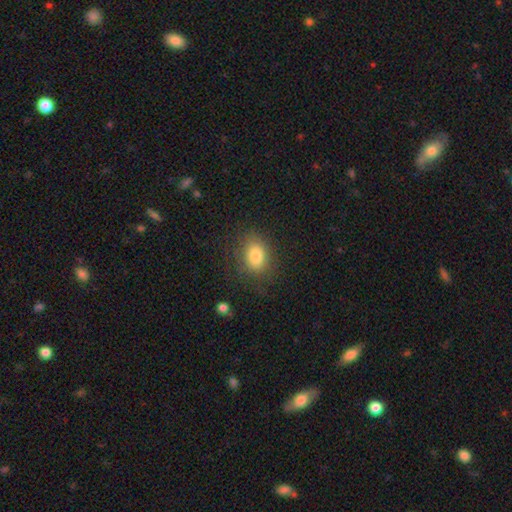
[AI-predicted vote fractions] Morphology: type=smooth (82%); roundness=in between (76%); merging=none (78%).